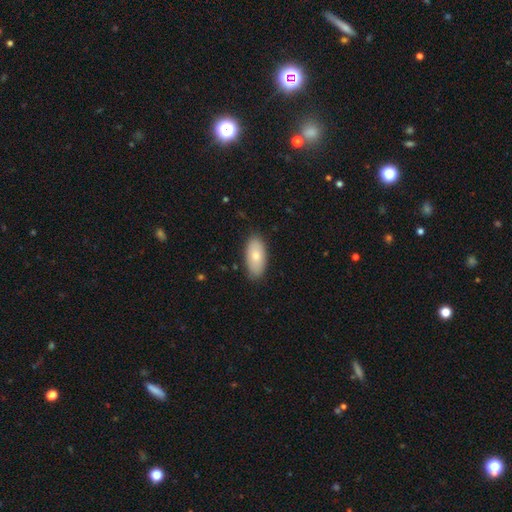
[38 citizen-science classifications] A smooth galaxy with no disk features (84%) that is in between round and cigar-shaped (88%).

Vote fractions:
- Smooth or featured? smooth: 84% / featured or disk: 16% / star or artifact: 0%
- How rounded? in between: 88% / round: 6% / cigar-shaped: 6%
- Merging? none: 79% / minor disturbance: 16% / major disturbance: 5% / merger: 0%